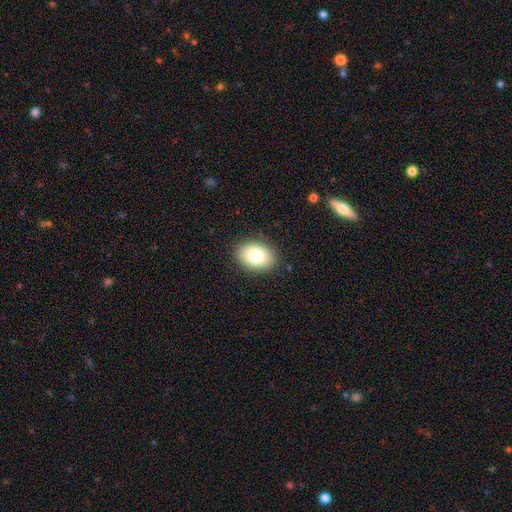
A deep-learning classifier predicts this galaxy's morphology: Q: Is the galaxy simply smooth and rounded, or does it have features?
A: smooth — 79%.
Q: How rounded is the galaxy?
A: in between — 75%.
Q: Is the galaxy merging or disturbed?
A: none — 88%.